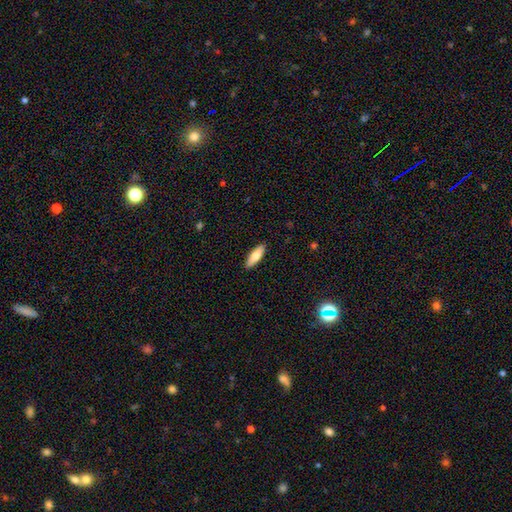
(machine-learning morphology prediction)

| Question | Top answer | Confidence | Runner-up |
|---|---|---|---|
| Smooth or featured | smooth | 76% | featured or disk (18%) |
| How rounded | in between | 50% | cigar-shaped (48%) |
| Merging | none | 90% | minor disturbance (8%) |